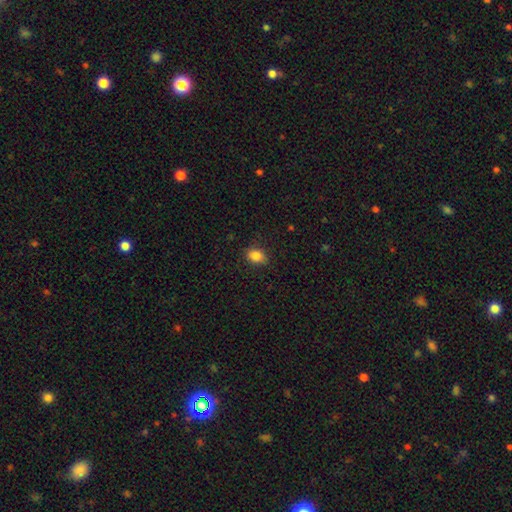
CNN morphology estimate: Smooth or featured?
  - smooth: 85% *
  - star or artifact: 10%
  - featured or disk: 5%
How rounded?
  - in between: 70% *
  - round: 29%
  - cigar-shaped: 1%
Merging?
  - none: 85% *
  - minor disturbance: 11%
  - major disturbance: 3%
  - merger: 1%